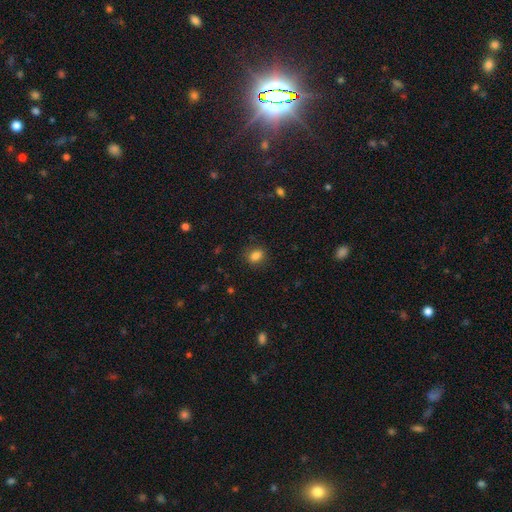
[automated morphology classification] This appears to be a smooth galaxy with no disk features (84%) that is in between round and cigar-shaped (66%). Merging: none (84%).